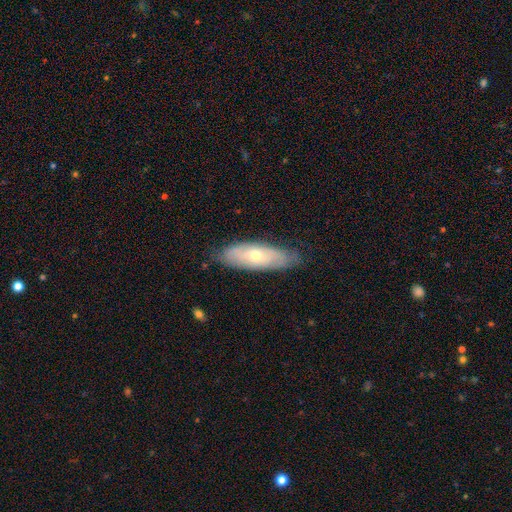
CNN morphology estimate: Smooth or featured? Predicted: featured or disk (p=0.49). Merging? Predicted: none (p=0.78).